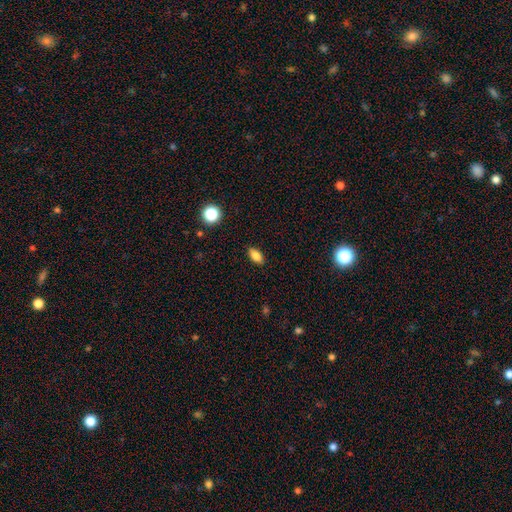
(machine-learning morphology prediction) Overall: smooth (81%). How rounded: in between (86%). Merging: none (88%).